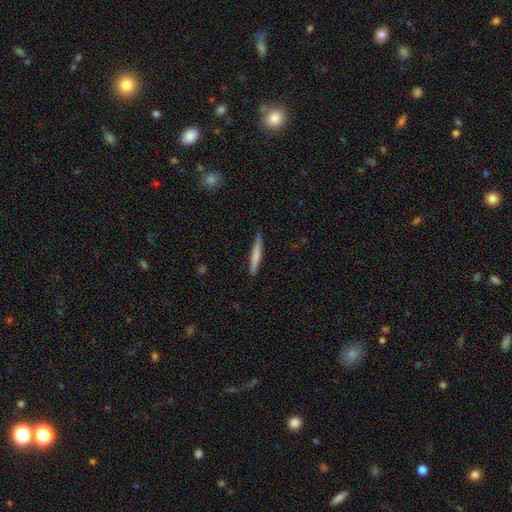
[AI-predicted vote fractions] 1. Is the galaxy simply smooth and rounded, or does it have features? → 69% smooth, 25% featured or disk, 6% star or artifact.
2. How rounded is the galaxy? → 95% cigar-shaped, 4% in between, 1% round.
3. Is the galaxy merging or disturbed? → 84% none, 13% minor disturbance, 2% major disturbance, 1% merger.